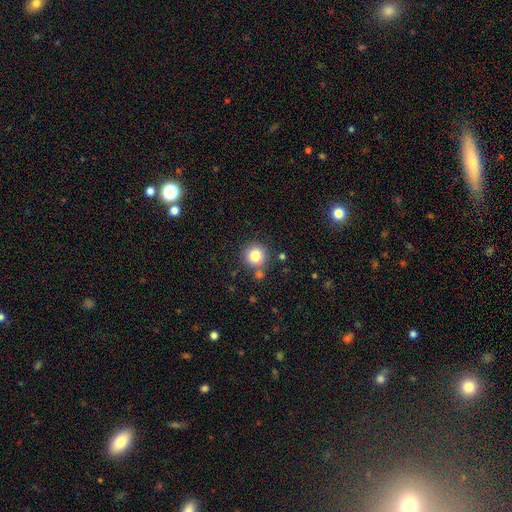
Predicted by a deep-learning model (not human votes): Q: Smooth or featured?
A: smooth (81%); runner-up: star or artifact (11%)
Q: How rounded?
A: round (92%); runner-up: in between (7%)
Q: Merging?
A: none (75%); runner-up: minor disturbance (11%)